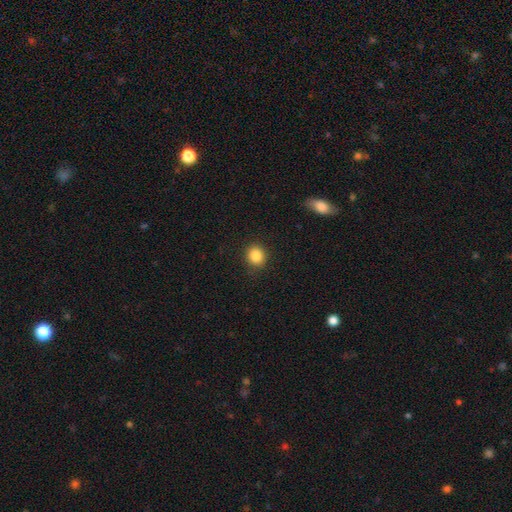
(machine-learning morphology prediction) Smooth or featured? Predicted: smooth (p=0.85). How rounded? Predicted: round (p=0.81). Merging? Predicted: none (p=0.90).